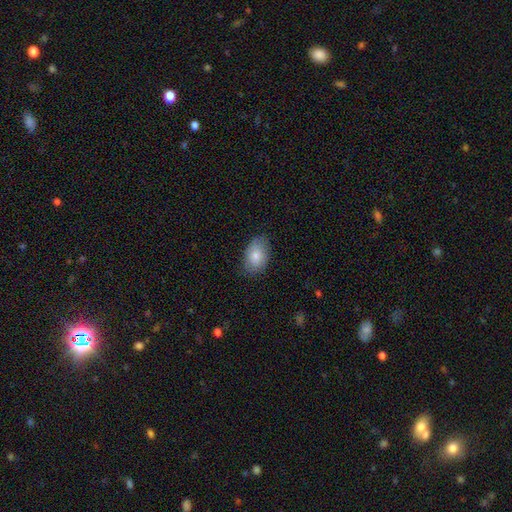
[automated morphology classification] Smooth or featured? Predicted: smooth (p=0.79). How rounded? Predicted: in between (p=0.88). Merging? Predicted: none (p=0.78).